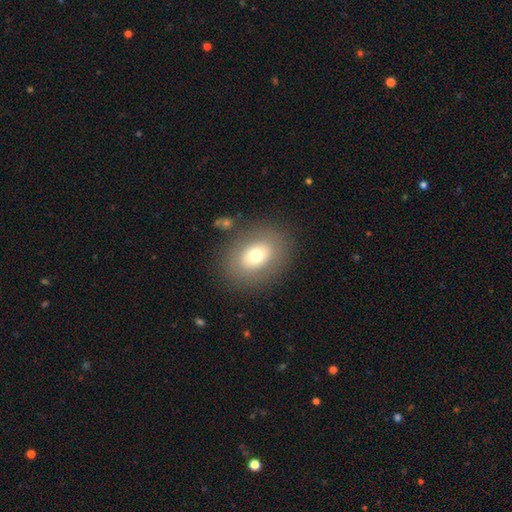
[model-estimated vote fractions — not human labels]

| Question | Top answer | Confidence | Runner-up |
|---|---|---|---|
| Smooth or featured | smooth | 67% | featured or disk (22%) |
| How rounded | in between | 62% | round (37%) |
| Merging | none | 82% | minor disturbance (10%) |